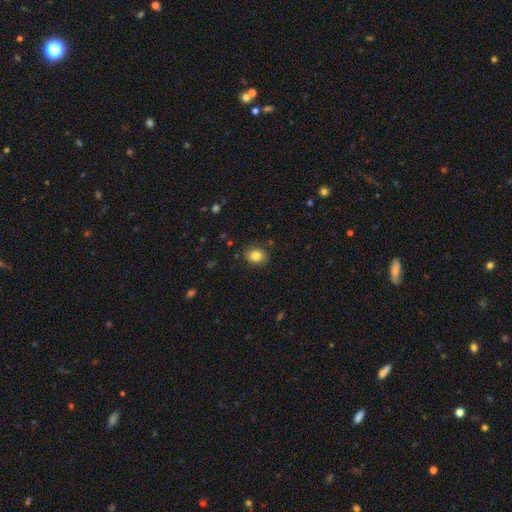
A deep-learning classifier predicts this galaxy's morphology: type=smooth (83%); roundness=round (55%); merging=none (85%).